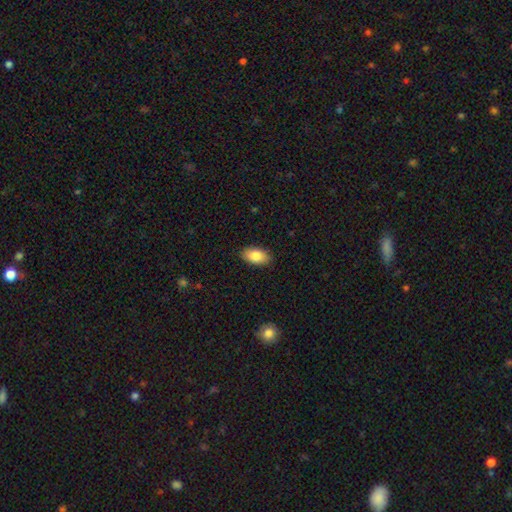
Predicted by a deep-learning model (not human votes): Smooth or featured? smooth (84%)
How rounded? in between (93%)
Merging? none (88%)